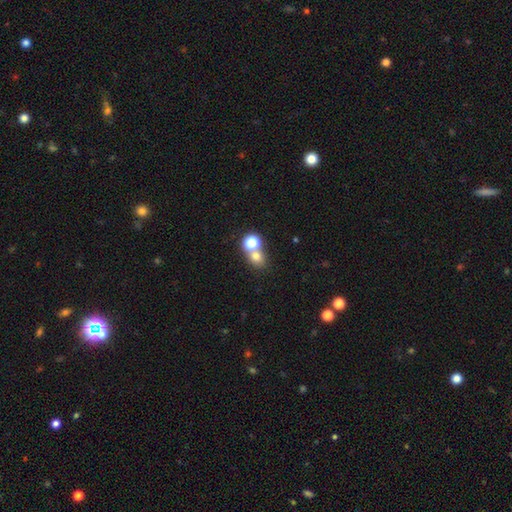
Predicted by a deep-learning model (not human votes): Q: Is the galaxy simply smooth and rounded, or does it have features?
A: smooth — 73%.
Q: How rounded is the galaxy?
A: round — 69%.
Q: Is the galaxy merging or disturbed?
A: merger — 46%.